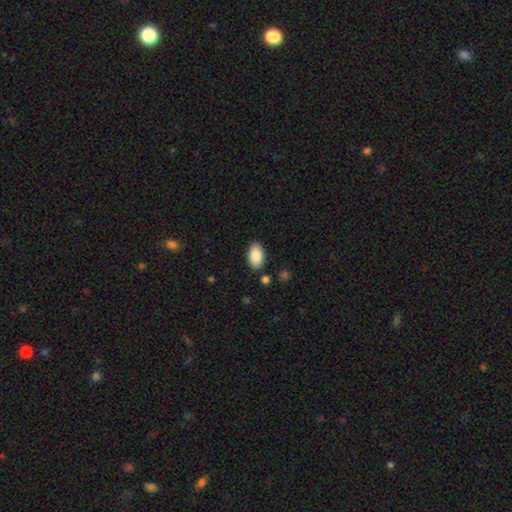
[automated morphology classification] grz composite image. It shows a smooth galaxy with no disk features (88%) that is in between round and cigar-shaped (94%). Merging: none (86%).